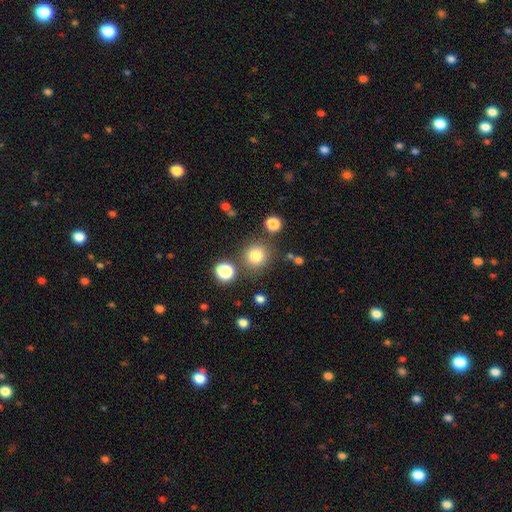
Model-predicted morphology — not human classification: Smooth or featured: smooth — 80% (star or artifact — 13%)
How rounded: round — 92% (in between — 7%)
Merging: none — 82% (minor disturbance — 8%)